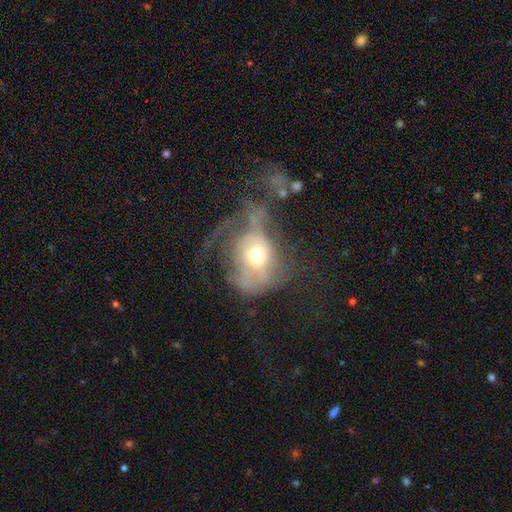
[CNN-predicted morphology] A featured or disk galaxy (53%).

Vote fractions:
- Smooth or featured? featured or disk: 53% / smooth: 36% / star or artifact: 11%
- Edge-on disk? no: 94% / yes: 6%
- Merging? major disturbance: 60% / none: 19% / minor disturbance: 15% / merger: 6%